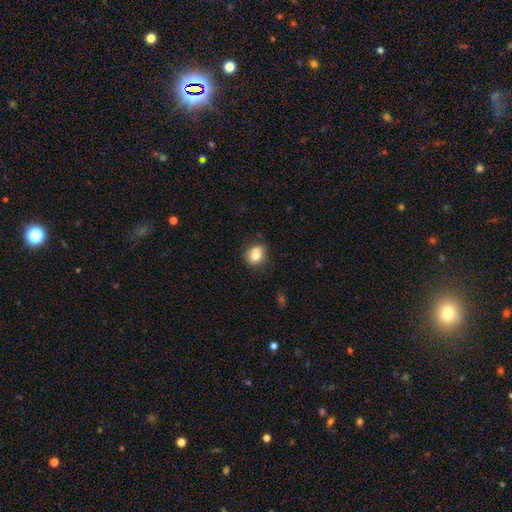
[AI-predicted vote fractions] Smooth or featured? Predicted: smooth (p=0.75). How rounded? Predicted: round (p=0.72). Merging? Predicted: none (p=0.58).